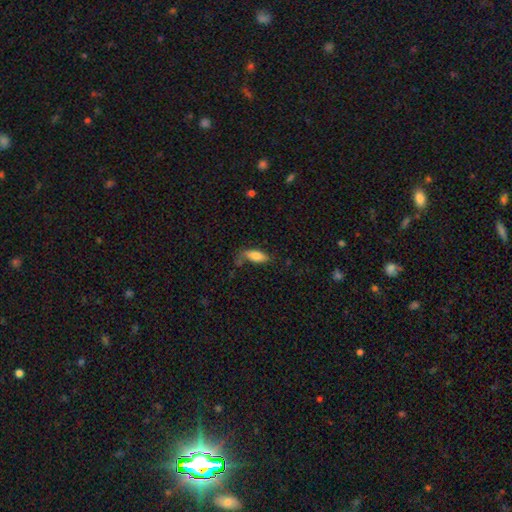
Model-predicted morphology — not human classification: Smooth or featured?
  - smooth: 79% *
  - featured or disk: 13%
  - star or artifact: 7%
How rounded?
  - in between: 72% *
  - cigar-shaped: 26%
  - round: 2%
Merging?
  - none: 60% *
  - minor disturbance: 25%
  - major disturbance: 9%
  - merger: 7%